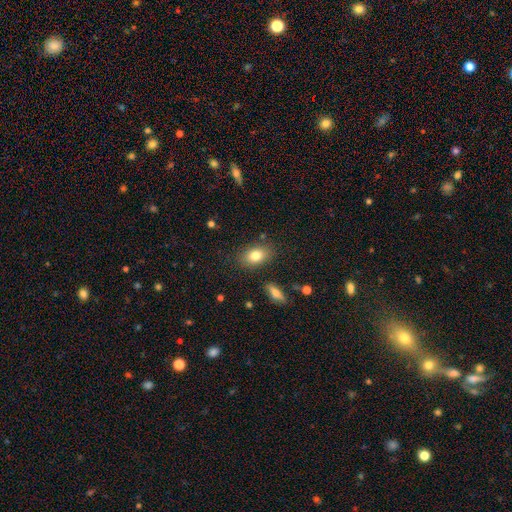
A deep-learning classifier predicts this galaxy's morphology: This appears to be a smooth galaxy with no disk features (80%) that is in between round and cigar-shaped (83%). Merging: none (83%).